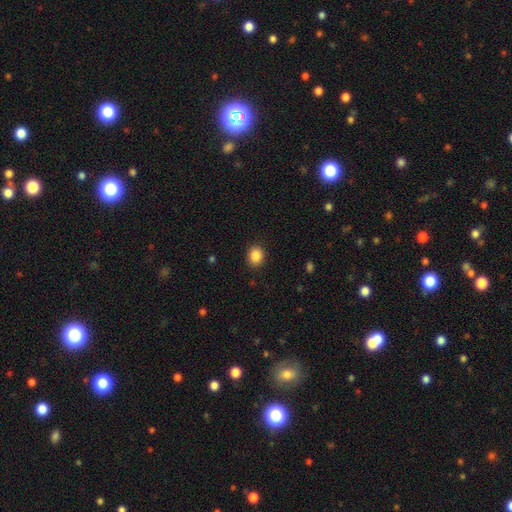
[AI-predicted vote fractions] smooth-or-featured: smooth: 87% | star or artifact: 9% | featured or disk: 3%
  how-rounded: round: 63% | in between: 36% | cigar-shaped: 1%
  merging: none: 90% | minor disturbance: 7% | major disturbance: 2% | merger: 1%